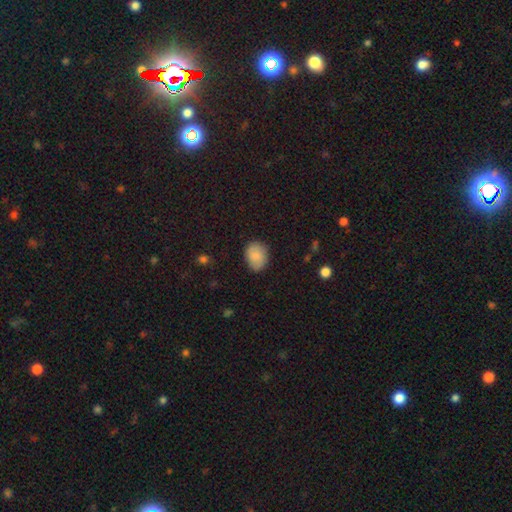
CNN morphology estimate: Smooth or featured? Predicted: smooth (p=0.87). How rounded? Predicted: in between (p=0.66). Merging? Predicted: none (p=0.83).